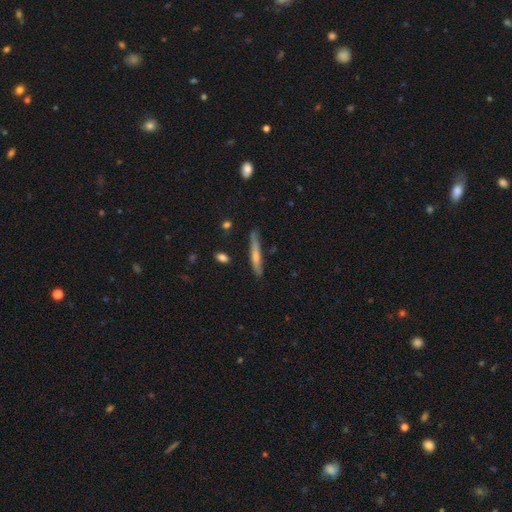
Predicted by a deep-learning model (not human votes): The model was most divided on "smooth or featured": smooth: 61%, featured or disk: 33%, star or artifact: 6%. More confident: how rounded — cigar-shaped (93%); merging — none (76%).